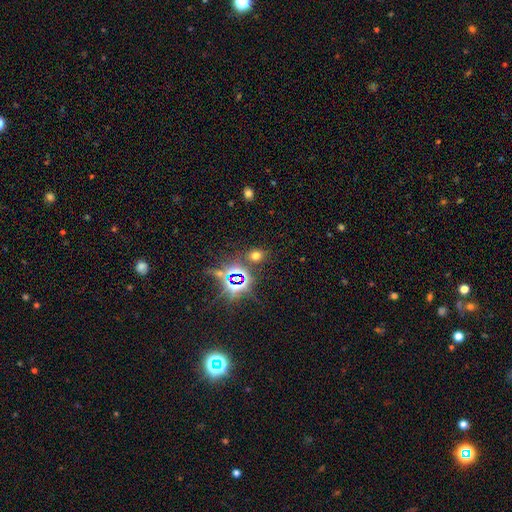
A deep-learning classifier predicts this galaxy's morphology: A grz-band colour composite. It shows a smooth galaxy with no disk features (51%) that is round (50%). Merging: none (82%).